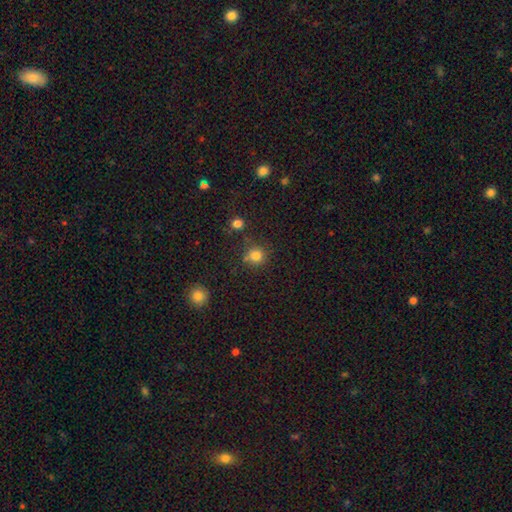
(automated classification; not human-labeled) Q: Smooth or featured?
A: smooth (80%); runner-up: star or artifact (14%)
Q: How rounded?
A: round (90%); runner-up: in between (9%)
Q: Merging?
A: none (73%); runner-up: minor disturbance (12%)